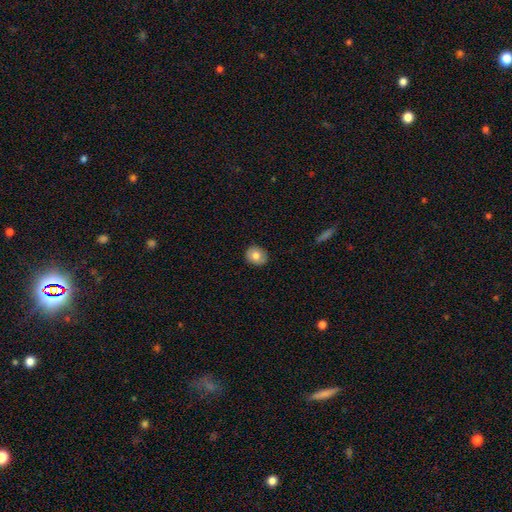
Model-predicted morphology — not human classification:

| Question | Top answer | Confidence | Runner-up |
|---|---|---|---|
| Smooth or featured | smooth | 77% | featured or disk (15%) |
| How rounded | round | 68% | in between (31%) |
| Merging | none | 89% | minor disturbance (9%) |